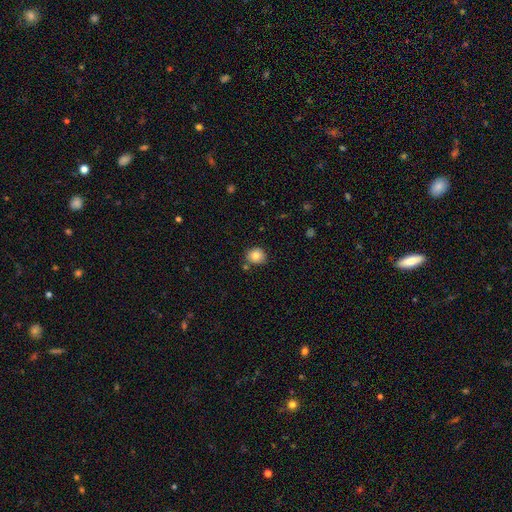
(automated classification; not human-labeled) Q: Smooth or featured?
A: smooth (84%); runner-up: star or artifact (9%)
Q: How rounded?
A: round (78%); runner-up: in between (21%)
Q: Merging?
A: none (79%); runner-up: minor disturbance (12%)